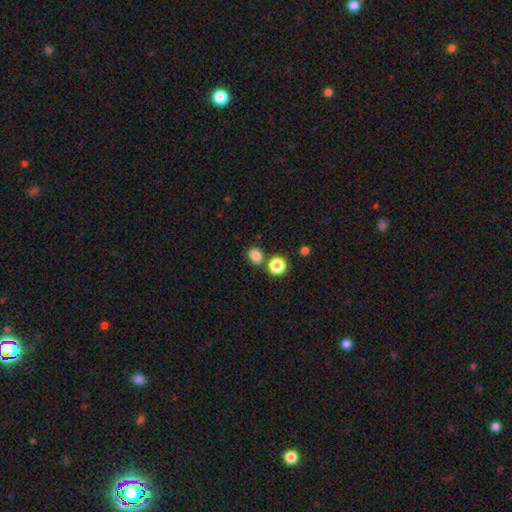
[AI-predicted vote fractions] smooth 83%, star or artifact 13%, featured or disk 4%. Down the decision tree: how rounded — round (60%); merging — none (73%).